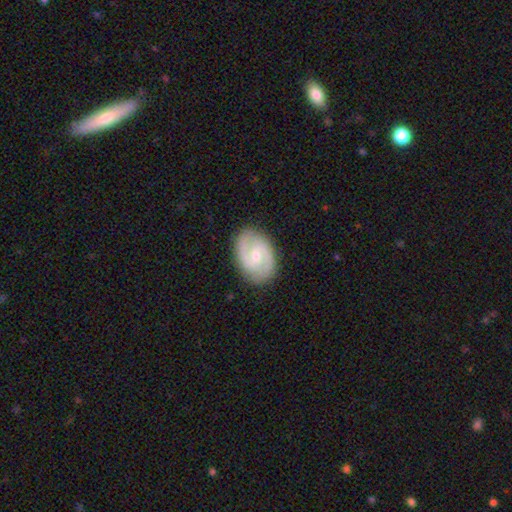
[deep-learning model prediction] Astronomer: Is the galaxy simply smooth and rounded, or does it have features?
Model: featured or disk — 85%.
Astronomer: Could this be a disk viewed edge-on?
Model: no — 98%.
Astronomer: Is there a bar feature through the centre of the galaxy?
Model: weak — 50% (runner-up: no, 39%).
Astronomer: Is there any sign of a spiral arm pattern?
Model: yes — 96%.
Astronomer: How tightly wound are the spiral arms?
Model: medium — 52% (runner-up: tight, 35%).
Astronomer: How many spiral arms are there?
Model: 2 — 91%.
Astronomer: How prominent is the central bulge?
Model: small — 52% (runner-up: moderate, 44%).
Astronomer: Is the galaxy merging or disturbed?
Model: none — 86%.